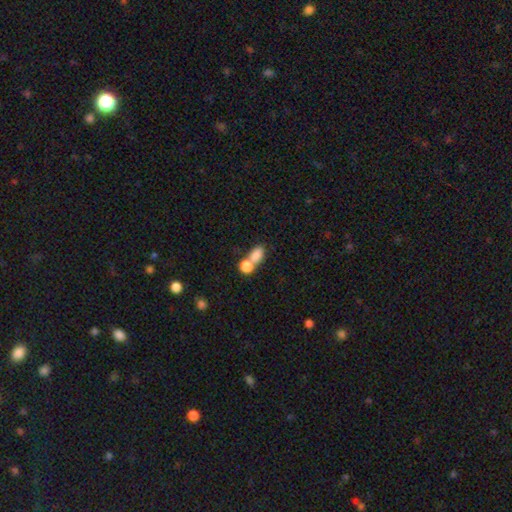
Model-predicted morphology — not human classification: Smooth or featured? Predicted: smooth (p=0.81). How rounded? Predicted: in between (p=0.74). Merging? Predicted: merger (p=0.57).